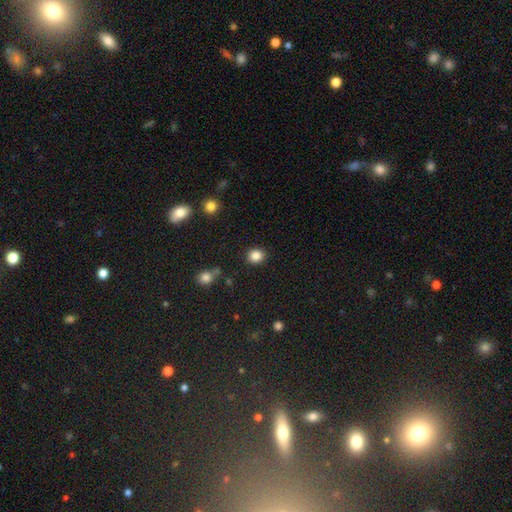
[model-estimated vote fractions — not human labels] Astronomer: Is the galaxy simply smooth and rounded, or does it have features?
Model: smooth — 85%.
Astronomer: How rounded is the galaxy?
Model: round — 73%.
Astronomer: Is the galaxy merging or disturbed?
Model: none — 88%.